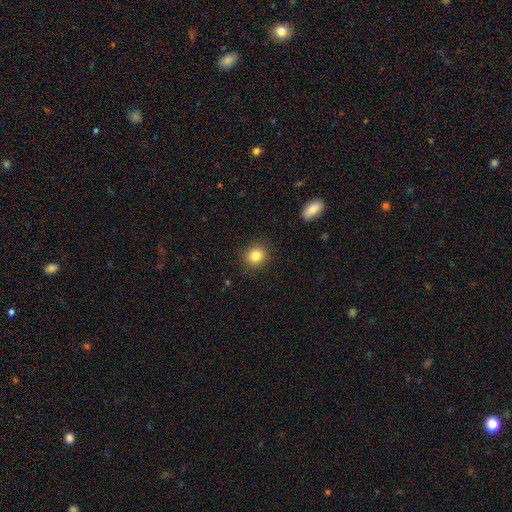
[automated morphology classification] Smooth or featured? smooth (84%)
How rounded? round (83%)
Merging? none (90%)